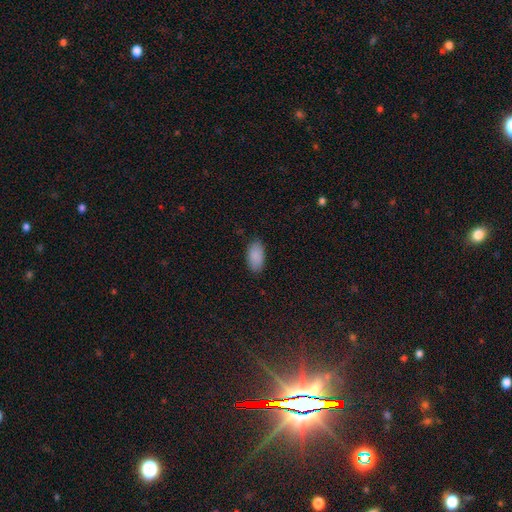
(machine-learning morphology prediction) type=smooth (89%); roundness=in between (95%); merging=none (85%).